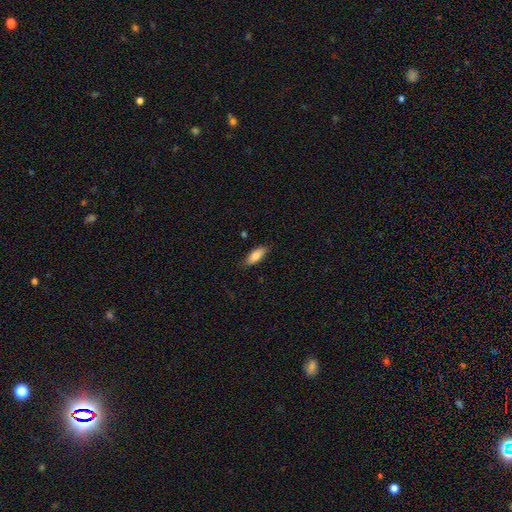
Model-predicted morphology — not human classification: This appears to be a smooth galaxy with no disk features (83%) that is in between round and cigar-shaped (76%). Merging: none (81%).